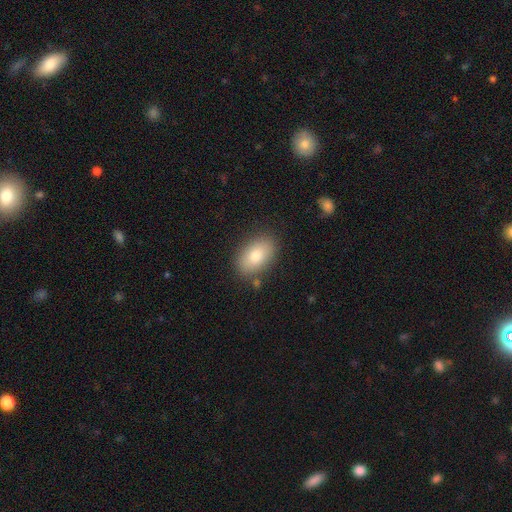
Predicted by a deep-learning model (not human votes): Smooth or featured? smooth (77%)
How rounded? in between (88%)
Merging? none (84%)